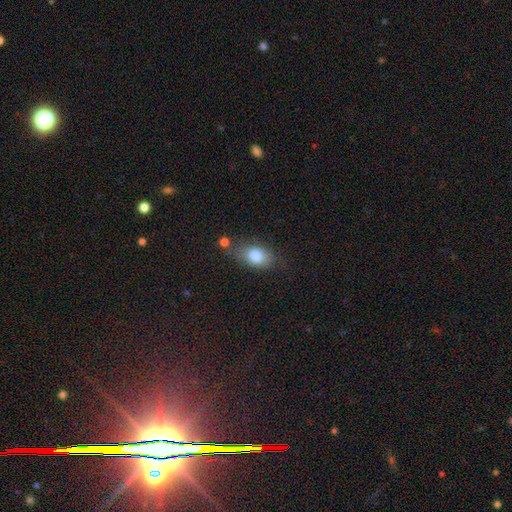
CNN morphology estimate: smooth-or-featured: smooth: 83% | featured or disk: 10% | star or artifact: 8%
  how-rounded: in between: 85% | round: 12% | cigar-shaped: 3%
  merging: none: 64% | minor disturbance: 21% | merger: 7% | major disturbance: 7%